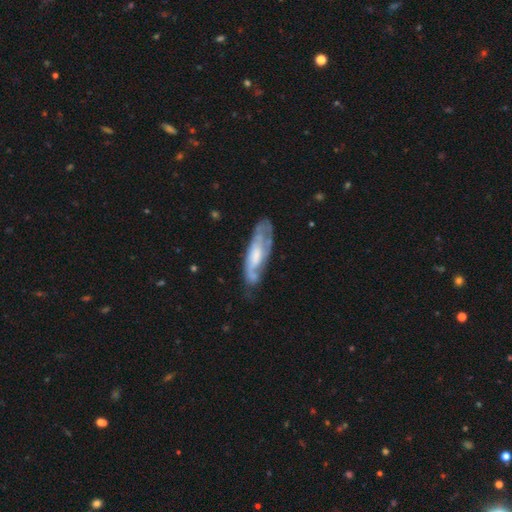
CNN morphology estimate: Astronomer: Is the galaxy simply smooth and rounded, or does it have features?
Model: featured or disk — 66%.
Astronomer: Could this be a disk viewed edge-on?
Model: no — 78%.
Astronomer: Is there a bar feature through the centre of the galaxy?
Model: no — 61%.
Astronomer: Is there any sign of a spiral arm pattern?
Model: yes — 75%.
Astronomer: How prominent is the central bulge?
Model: moderate — 38% (runner-up: small, 24%).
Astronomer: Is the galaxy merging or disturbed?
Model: none — 53%.